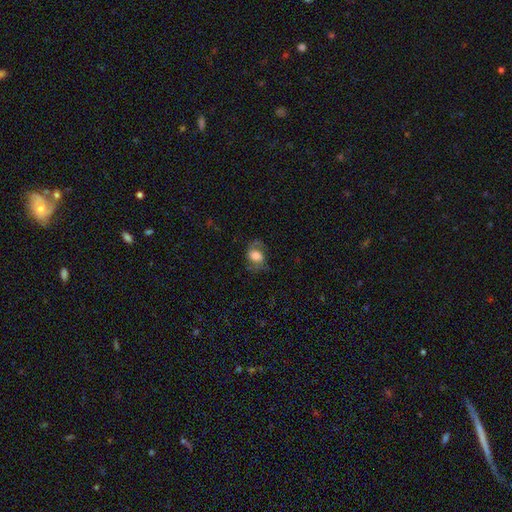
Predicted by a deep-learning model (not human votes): Smooth or featured? smooth (49%)
Merging? none (61%)